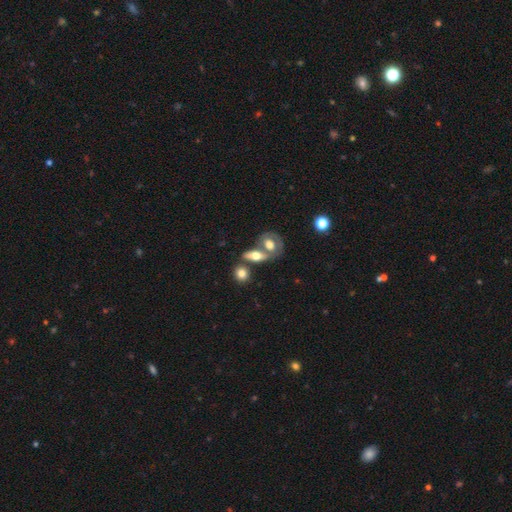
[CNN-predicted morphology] This is possibly a smooth galaxy (58%). How rounded: likely in between (75%). Merging: marginally merger (43%).